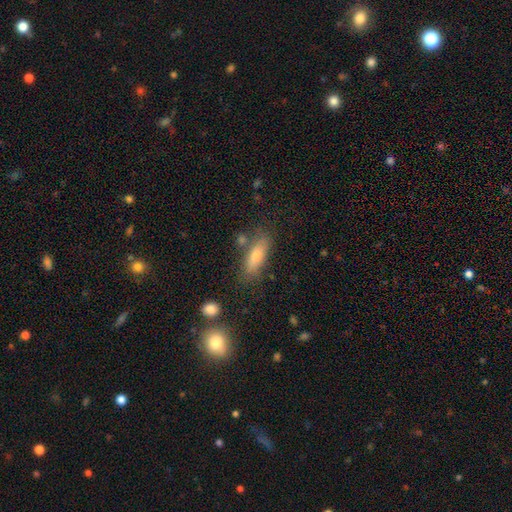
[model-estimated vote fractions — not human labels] Smooth or featured? Predicted: smooth (p=0.71). How rounded? Predicted: in between (p=0.54). Merging? Predicted: none (p=0.75).